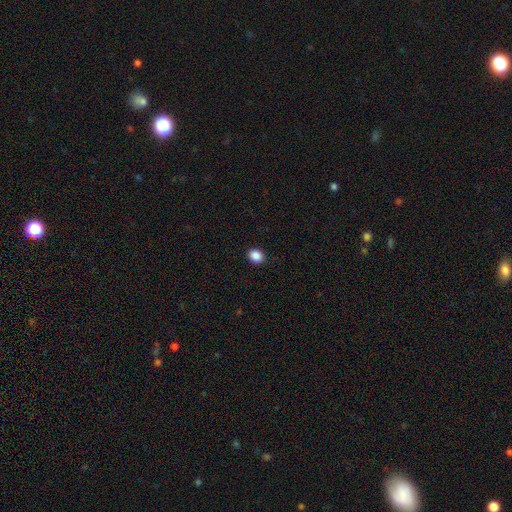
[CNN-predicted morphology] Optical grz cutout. It shows a smooth galaxy with no disk features (88%) that is round (57%). Merging: none (91%).